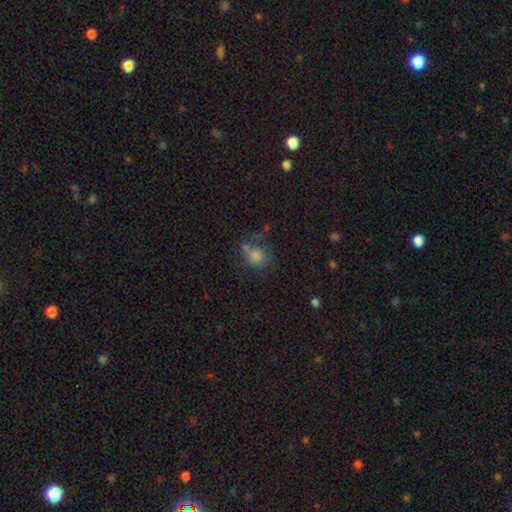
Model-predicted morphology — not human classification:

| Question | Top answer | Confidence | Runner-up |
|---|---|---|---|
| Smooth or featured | smooth | 78% | star or artifact (12%) |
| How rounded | round | 80% | in between (19%) |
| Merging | none | 55% | minor disturbance (19%) |